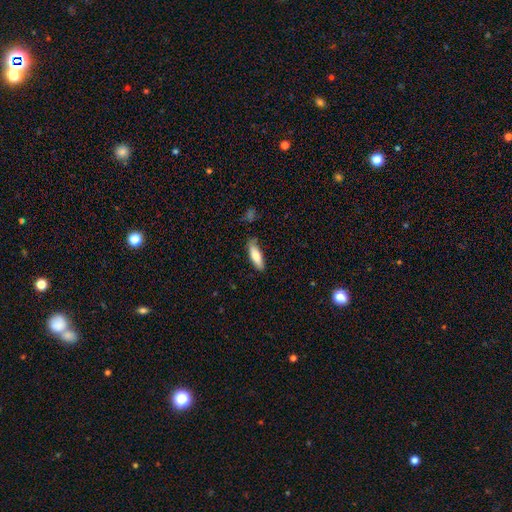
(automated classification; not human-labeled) Overall: smooth (77%). How rounded: cigar-shaped (50%; in between 48%). Merging: none (75%).